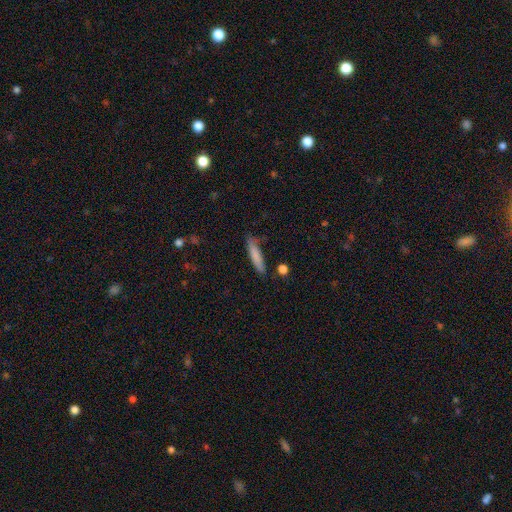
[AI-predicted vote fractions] The model was most divided on "merging": none: 74%, minor disturbance: 19%, major disturbance: 4%, merger: 3%. More confident: how rounded — cigar-shaped (84%); smooth or featured — smooth (80%).